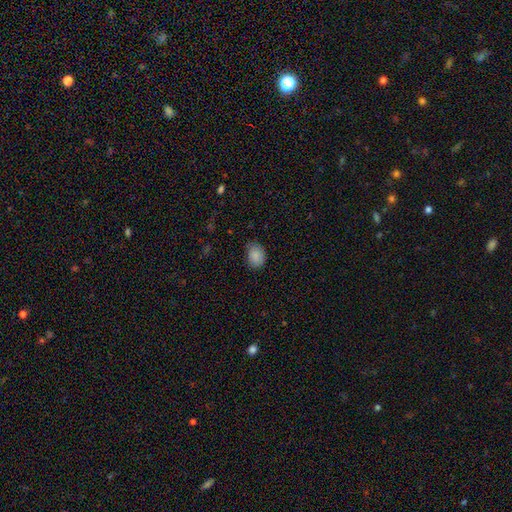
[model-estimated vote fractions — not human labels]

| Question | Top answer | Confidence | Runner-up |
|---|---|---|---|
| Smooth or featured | smooth | 87% | star or artifact (8%) |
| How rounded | in between | 65% | round (34%) |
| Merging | none | 71% | minor disturbance (23%) |